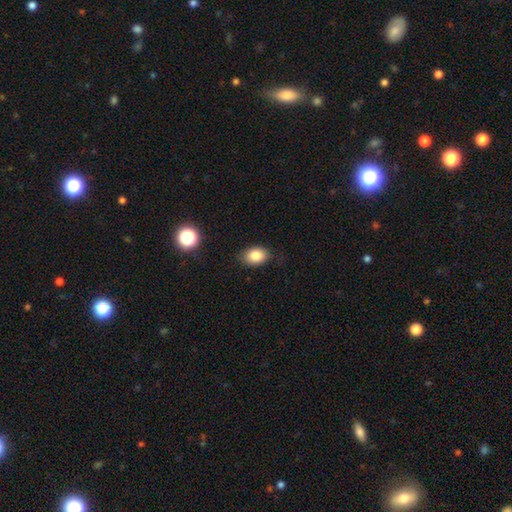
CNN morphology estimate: smooth_or_featured: smooth (p=0.83) [alt: star or artifact p=0.10]
how_rounded: in between (p=0.77) [alt: round p=0.22]
merging: none (p=0.81) [alt: minor disturbance p=0.14]